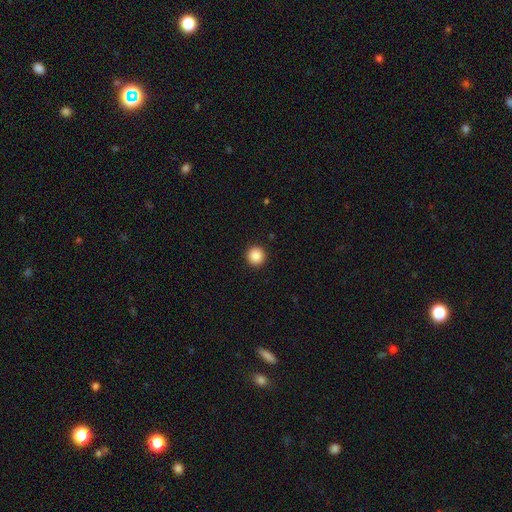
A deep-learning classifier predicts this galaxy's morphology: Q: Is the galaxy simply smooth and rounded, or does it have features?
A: smooth — 88%.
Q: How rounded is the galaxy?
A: round — 96%.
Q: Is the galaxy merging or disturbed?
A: none — 93%.